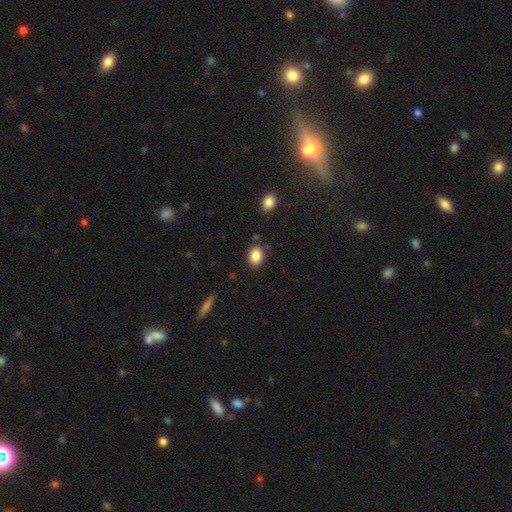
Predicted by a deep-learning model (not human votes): Smooth or featured? smooth (87%)
How rounded? in between (71%)
Merging? none (81%)